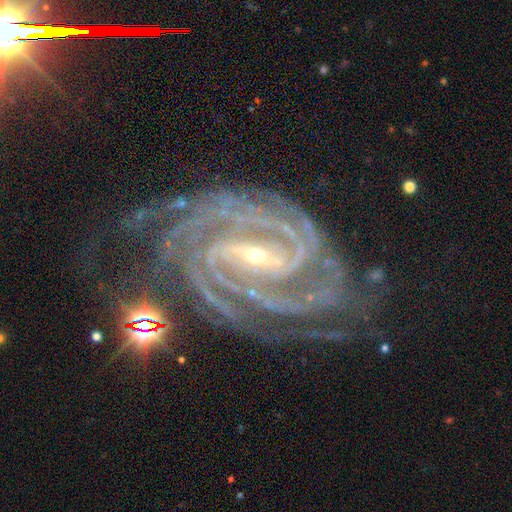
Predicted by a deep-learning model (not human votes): Q: Smooth or featured?
A: featured or disk (93%); runner-up: star or artifact (5%)
Q: Edge-on disk?
A: no (97%); runner-up: yes (3%)
Q: Bar?
A: strong (55%); runner-up: weak (32%)
Q: Spiral arms?
A: yes (99%); runner-up: no (1%)
Q: Spiral winding?
A: tight (76%); runner-up: medium (21%)
Q: Spiral arm count?
A: 4 (26%); runner-up: 3 (23%)
Q: Bulge size?
A: small (76%); runner-up: moderate (21%)
Q: Merging?
A: none (69%); runner-up: minor disturbance (20%)